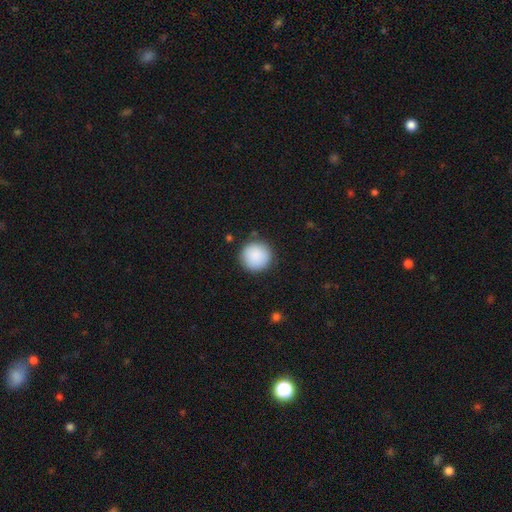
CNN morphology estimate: type=smooth (89%); roundness=round (95%); merging=none (89%).